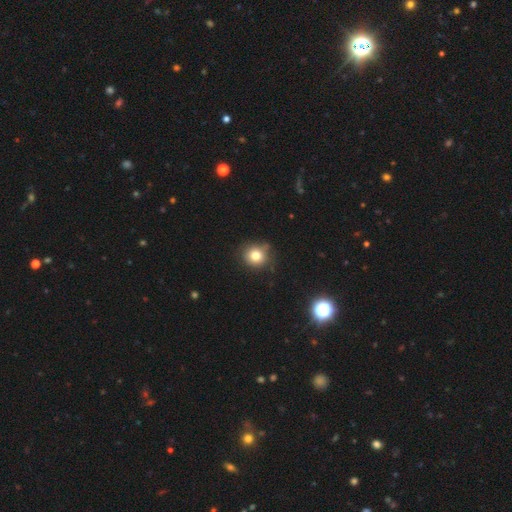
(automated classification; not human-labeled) smooth-or-featured: smooth: 79% | star or artifact: 13% | featured or disk: 9%
  how-rounded: round: 87% | in between: 12% | cigar-shaped: 1%
  merging: none: 78% | minor disturbance: 16% | major disturbance: 4% | merger: 2%